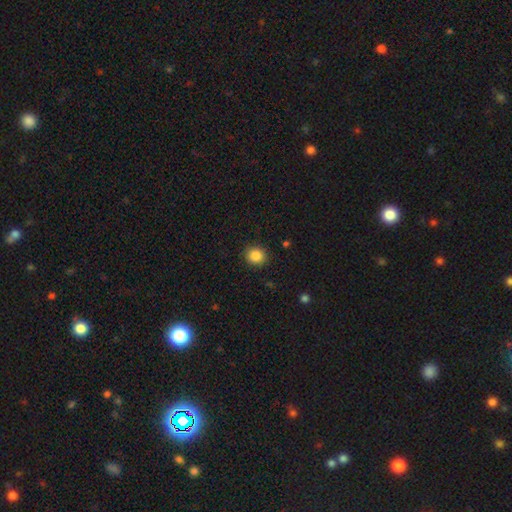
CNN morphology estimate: Smooth or featured?
  - smooth: 85% *
  - star or artifact: 10%
  - featured or disk: 4%
How rounded?
  - round: 87% *
  - in between: 12%
  - cigar-shaped: 1%
Merging?
  - none: 91% *
  - minor disturbance: 6%
  - major disturbance: 2%
  - merger: 1%